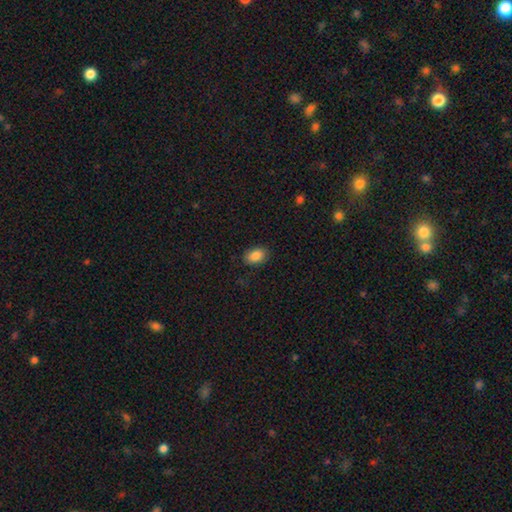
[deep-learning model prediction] Smooth or featured?
  - smooth: 87% *
  - star or artifact: 8%
  - featured or disk: 5%
How rounded?
  - in between: 84% *
  - round: 14%
  - cigar-shaped: 1%
Merging?
  - none: 86% *
  - minor disturbance: 10%
  - major disturbance: 3%
  - merger: 1%